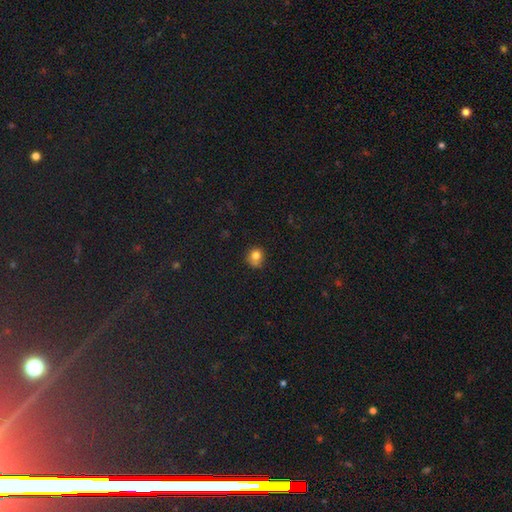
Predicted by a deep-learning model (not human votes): This is likely a smooth galaxy (80%). How rounded: likely round (77%). Merging: likely none (63%).